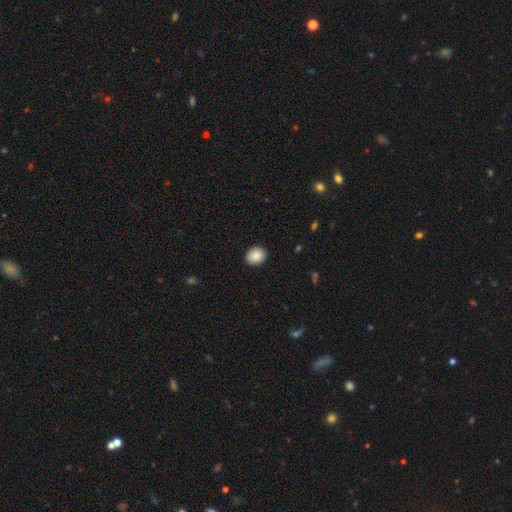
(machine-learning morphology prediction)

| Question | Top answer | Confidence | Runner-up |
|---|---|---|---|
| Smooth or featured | smooth | 89% | star or artifact (7%) |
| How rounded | in between | 50% | round (49%) |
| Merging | none | 90% | minor disturbance (7%) |